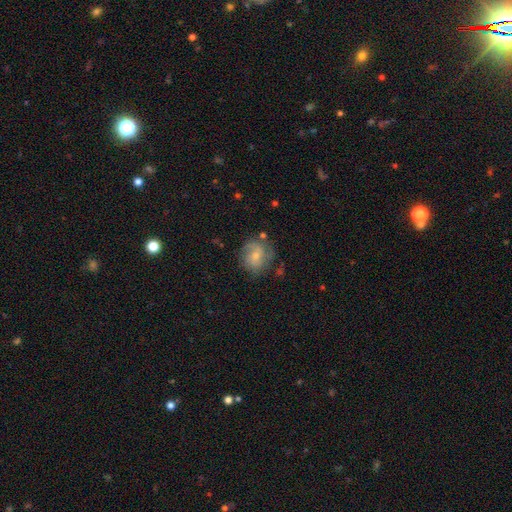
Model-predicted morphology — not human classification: type=featured or disk (60%); edge-on=no (98%); bar=no (63%); spiral arms=yes (87%); winding=medium (43%); arm count=2 (51%); bulge=small (57%); merging=none (67%).